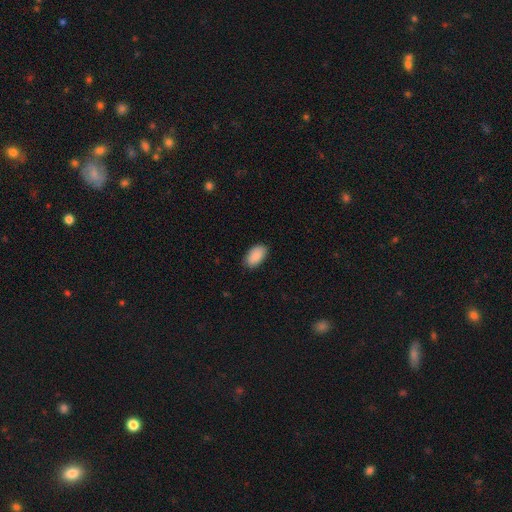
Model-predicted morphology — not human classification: Smooth or featured? Predicted: smooth (p=0.90). How rounded? Predicted: in between (p=0.94). Merging? Predicted: none (p=0.86).